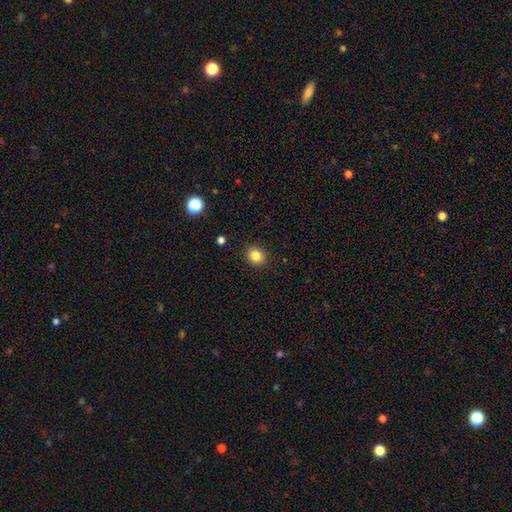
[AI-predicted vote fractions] Morphology: type=smooth (83%); roundness=round (74%); merging=none (90%).